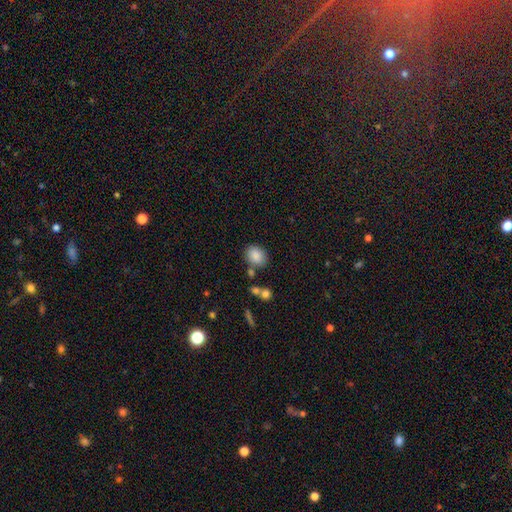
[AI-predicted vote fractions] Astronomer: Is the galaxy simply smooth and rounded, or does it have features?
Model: smooth — 86%.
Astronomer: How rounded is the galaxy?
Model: in between — 58% (runner-up: round, 41%).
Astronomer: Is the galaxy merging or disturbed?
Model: none — 76%.